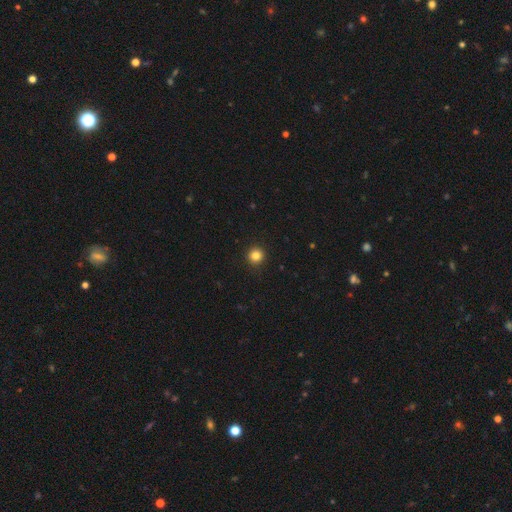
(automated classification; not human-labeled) A smooth galaxy with no disk features (84%) that is round (95%).

Vote fractions:
- Smooth or featured? smooth: 84% / star or artifact: 12% / featured or disk: 4%
- How rounded? round: 95% / in between: 4% / cigar-shaped: 1%
- Merging? none: 92% / minor disturbance: 5% / major disturbance: 2% / merger: 1%